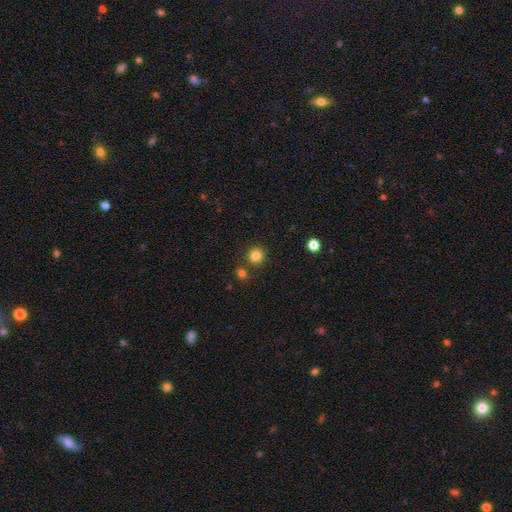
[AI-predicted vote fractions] This is clearly a smooth galaxy (83%). How rounded: clearly round (91%). Merging: clearly none (81%).